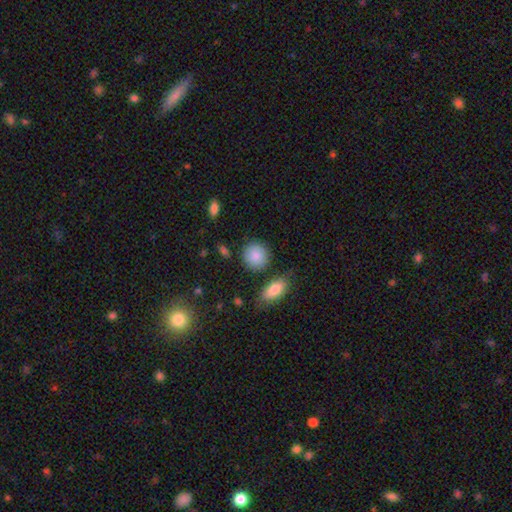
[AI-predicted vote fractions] Smooth or featured? Predicted: smooth (p=0.87). How rounded? Predicted: round (p=0.85). Merging? Predicted: none (p=0.82).